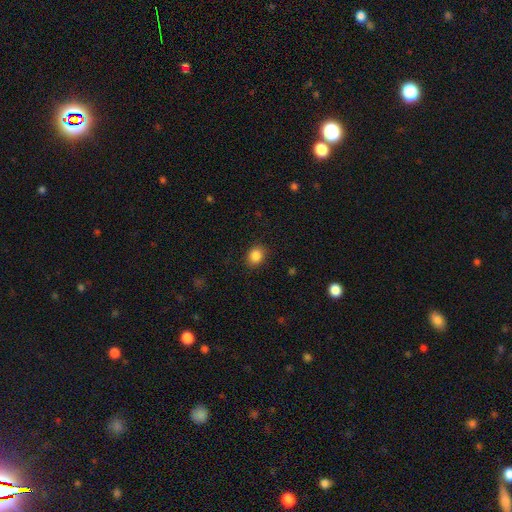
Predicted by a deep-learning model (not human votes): Smooth or featured? smooth (87%)
How rounded? round (61%)
Merging? none (87%)